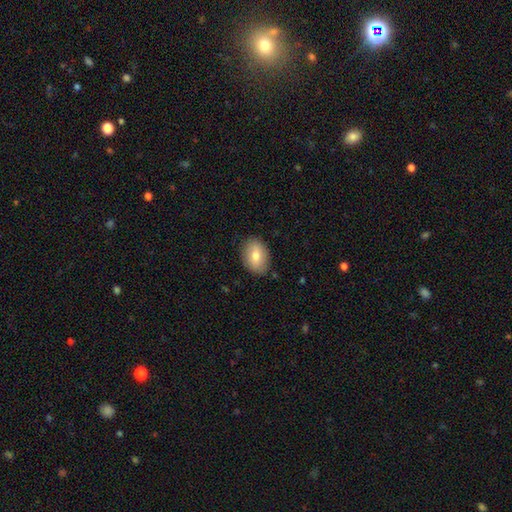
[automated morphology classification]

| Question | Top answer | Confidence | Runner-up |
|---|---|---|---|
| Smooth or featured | smooth | 75% | featured or disk (17%) |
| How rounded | in between | 81% | round (17%) |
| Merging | none | 85% | minor disturbance (11%) |